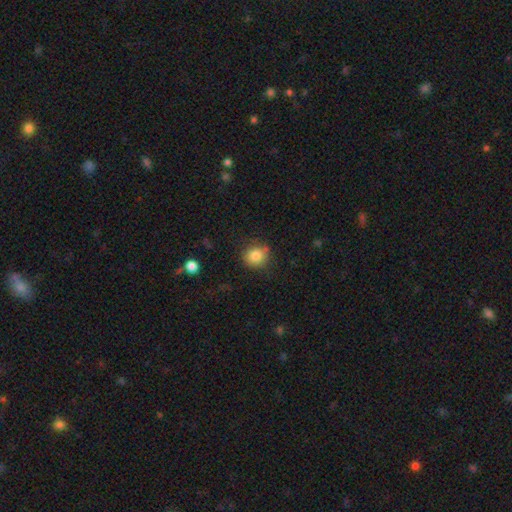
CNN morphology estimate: smooth_or_featured: smooth (p=0.84) [alt: star or artifact p=0.10]
how_rounded: round (p=0.84) [alt: in between p=0.15]
merging: none (p=0.81) [alt: minor disturbance p=0.13]